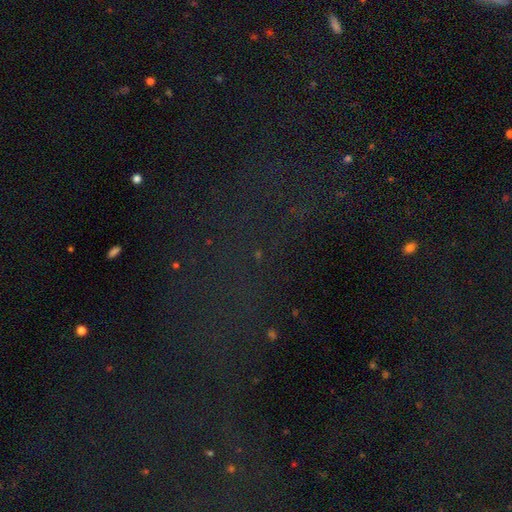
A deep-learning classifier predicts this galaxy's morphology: This appears to be a star or artifact, not a galaxy (71%).